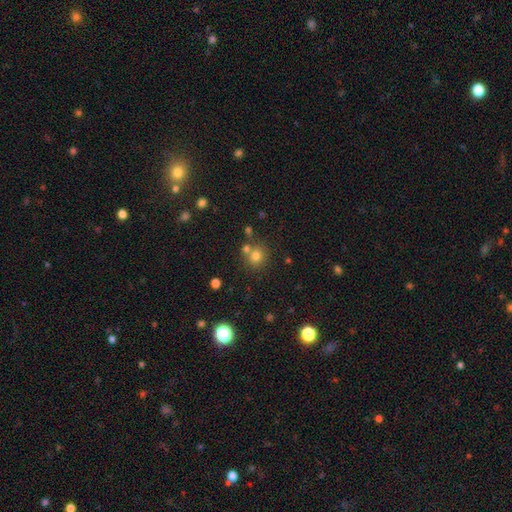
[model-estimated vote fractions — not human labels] Morphology: type=smooth (75%); roundness=round (86%); merging=none (65%).